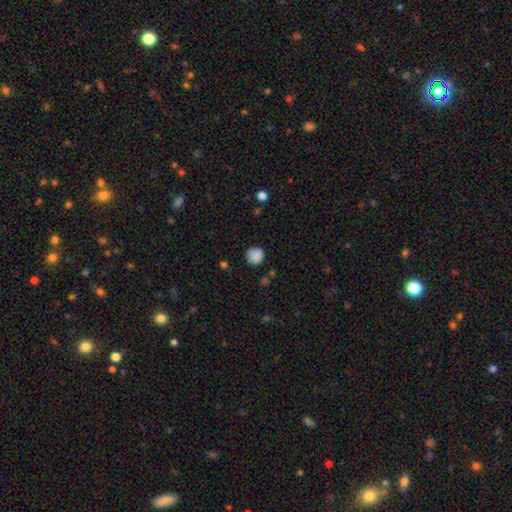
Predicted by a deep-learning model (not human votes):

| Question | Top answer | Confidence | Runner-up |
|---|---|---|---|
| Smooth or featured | smooth | 87% | star or artifact (9%) |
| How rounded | round | 91% | in between (8%) |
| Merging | none | 82% | minor disturbance (14%) |